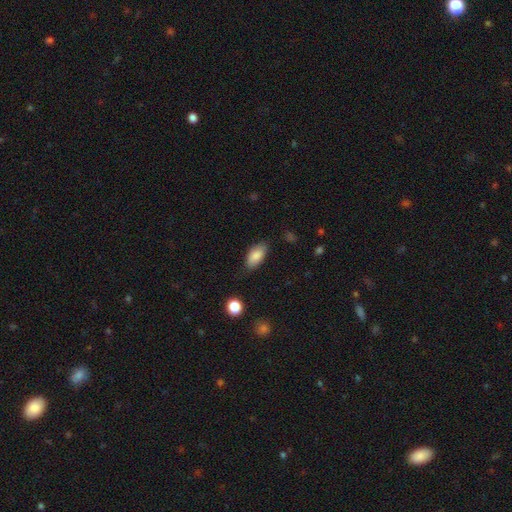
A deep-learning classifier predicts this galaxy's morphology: This appears to be a smooth galaxy with no disk features (85%) that is in between round and cigar-shaped (91%). Merging: none (76%).